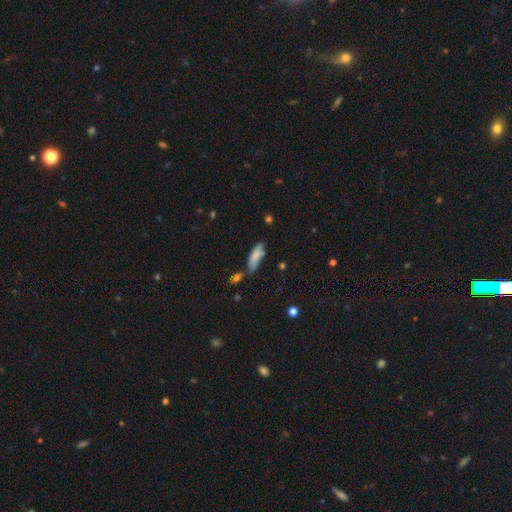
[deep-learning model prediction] A smooth galaxy with no disk features (77%) that is in between round and cigar-shaped (61%).

Vote fractions:
- Smooth or featured? smooth: 77% / featured or disk: 15% / star or artifact: 8%
- How rounded? in between: 61% / cigar-shaped: 37% / round: 2%
- Merging? none: 56% / minor disturbance: 26% / merger: 11% / major disturbance: 7%